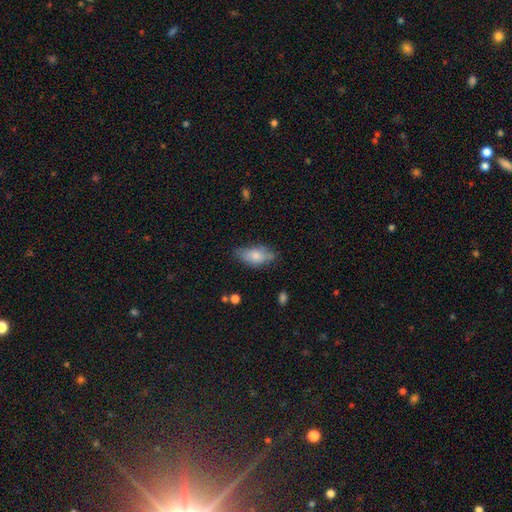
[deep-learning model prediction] Overall: smooth (74%). How rounded: in between (90%). Merging: none (62%; minor disturbance 29%).